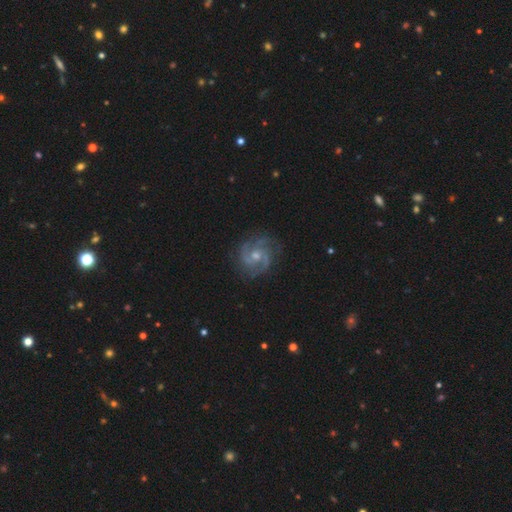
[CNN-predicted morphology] This is clearly a featured or disk galaxy (88%). It is clearly not viewed edge-on (98%). Bar: possibly no (55%). Spiral arm pattern: clearly yes (98%). Spiral arm count: marginally 2 (42%). Spiral winding: possibly medium (49%). Central bulge: possibly small (48%). Merging: clearly none (82%).